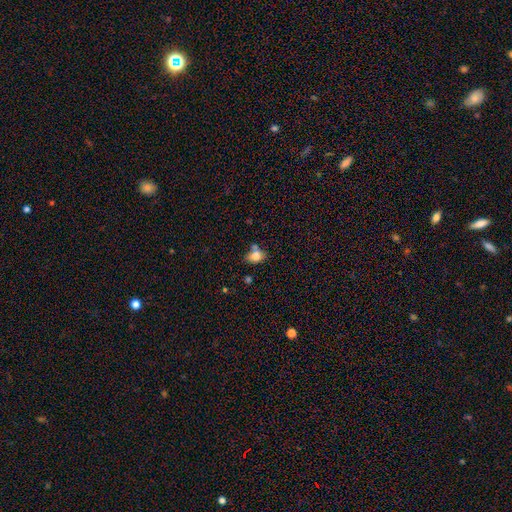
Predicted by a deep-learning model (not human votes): Q: Smooth or featured?
A: smooth (79%); runner-up: featured or disk (10%)
Q: How rounded?
A: in between (67%); runner-up: round (31%)
Q: Merging?
A: none (53%); runner-up: minor disturbance (22%)